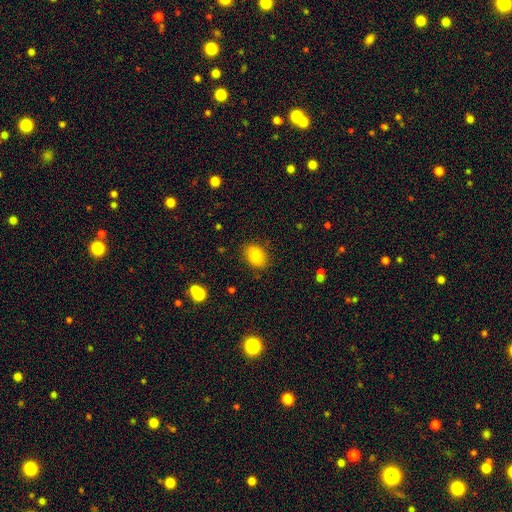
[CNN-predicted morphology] A smooth galaxy with no disk features (86%) that is in between round and cigar-shaped (75%).

Vote fractions:
- Smooth or featured? smooth: 86% / star or artifact: 8% / featured or disk: 5%
- How rounded? in between: 75% / round: 24% / cigar-shaped: 1%
- Merging? none: 85% / minor disturbance: 11% / major disturbance: 3% / merger: 1%